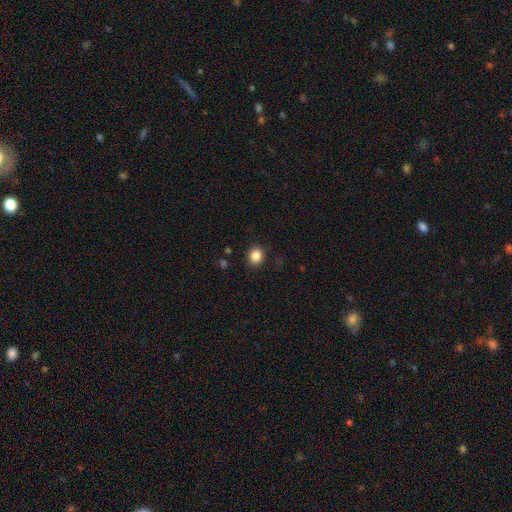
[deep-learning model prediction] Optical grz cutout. It shows a smooth galaxy with no disk features (85%) that is round (75%). Merging: none (89%).